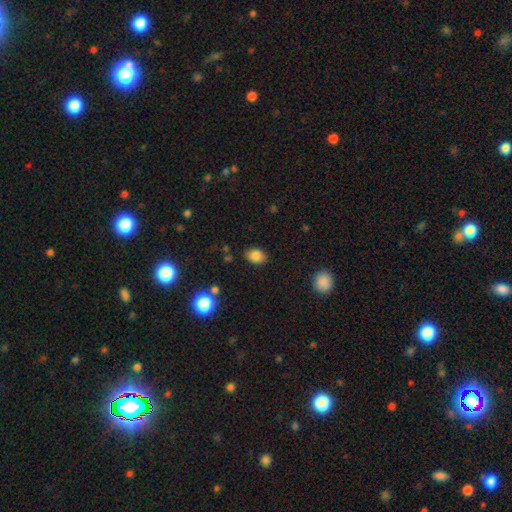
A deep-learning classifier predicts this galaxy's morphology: Smooth or featured? smooth (83%)
How rounded? in between (73%)
Merging? none (85%)